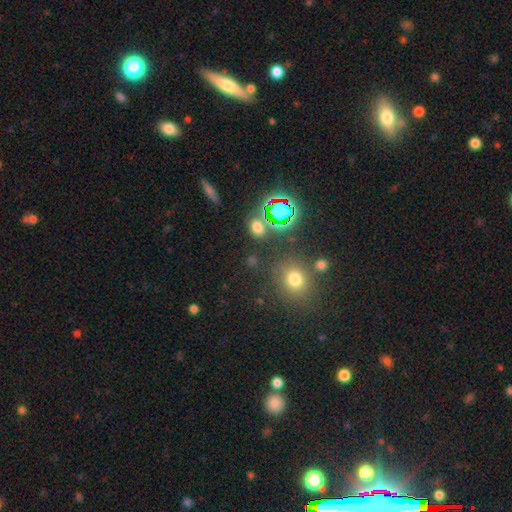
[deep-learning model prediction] This appears to be a smooth galaxy with no disk features (52%) that is round (86%). Merging: none (83%).